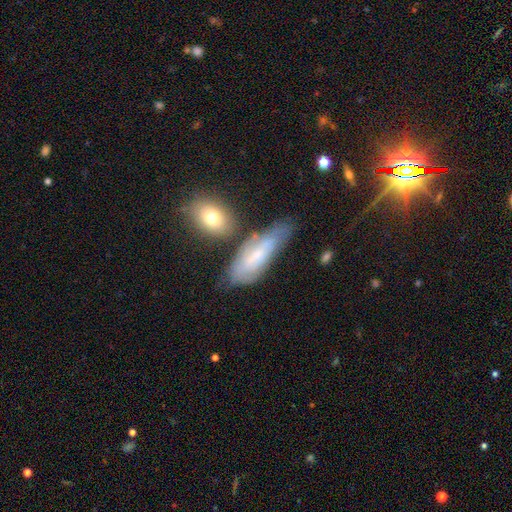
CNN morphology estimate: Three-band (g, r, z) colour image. It shows a smooth galaxy with no disk features (47%). Merging: none (50%).